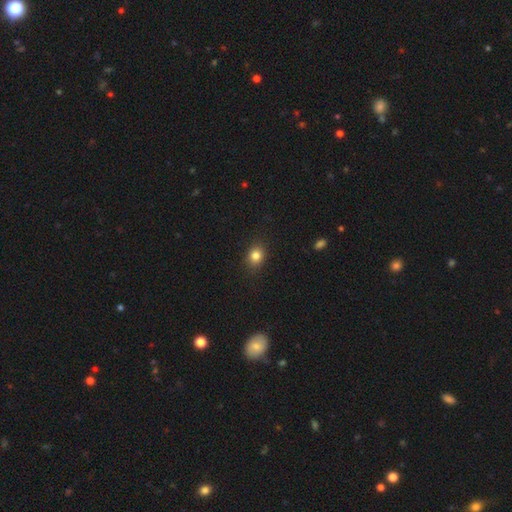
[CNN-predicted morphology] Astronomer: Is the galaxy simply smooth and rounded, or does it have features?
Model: smooth — 83%.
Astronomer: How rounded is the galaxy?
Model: round — 60% (runner-up: in between, 39%).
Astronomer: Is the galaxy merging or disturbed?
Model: none — 87%.